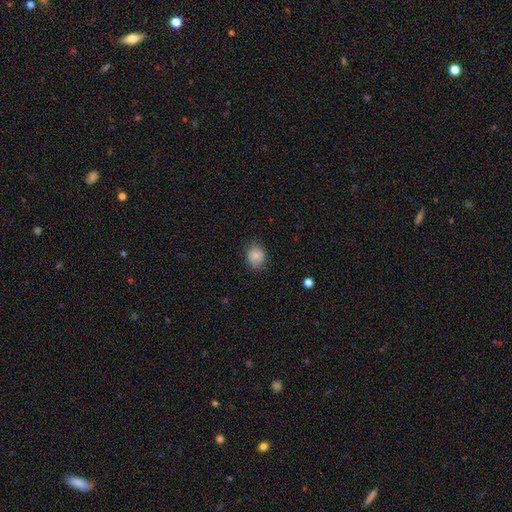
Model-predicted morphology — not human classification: type=smooth (75%); roundness=round (65%); merging=none (64%).